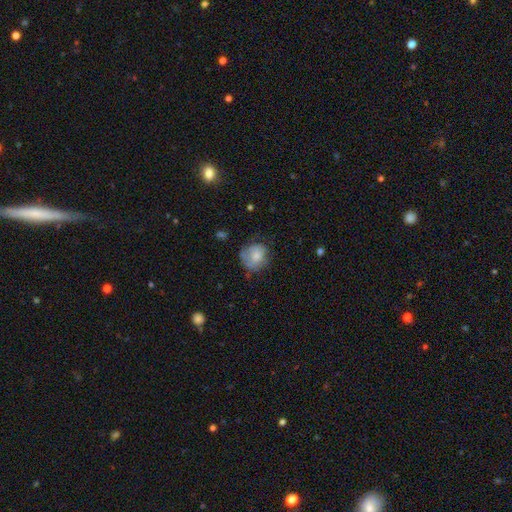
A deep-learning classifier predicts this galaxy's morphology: type=smooth (69%); roundness=round (74%); merging=none (55%).